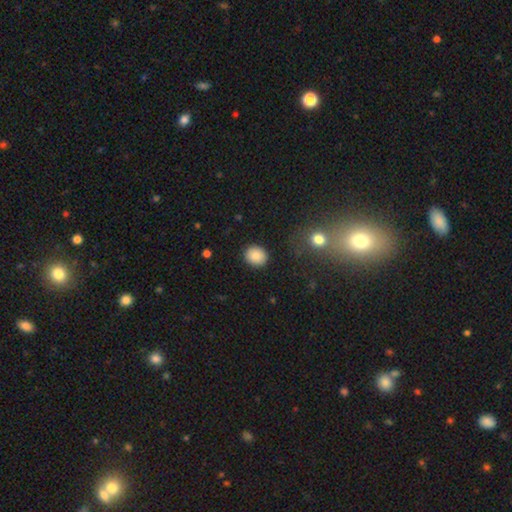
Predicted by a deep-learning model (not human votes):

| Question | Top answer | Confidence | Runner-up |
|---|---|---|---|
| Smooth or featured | smooth | 87% | star or artifact (9%) |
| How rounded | round | 70% | in between (30%) |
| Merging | none | 89% | minor disturbance (7%) |